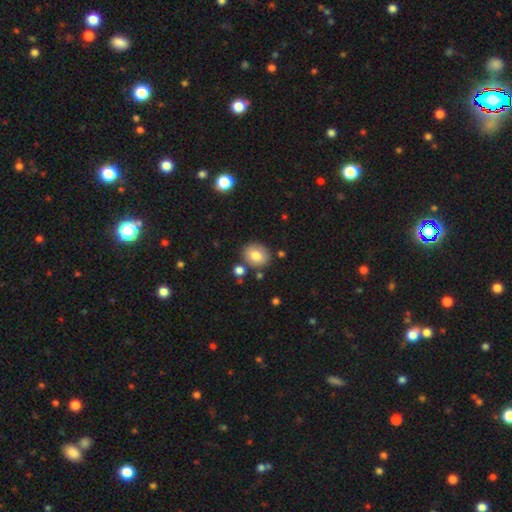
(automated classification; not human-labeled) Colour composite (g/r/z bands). It shows a smooth galaxy with no disk features (80%) that is round (58%). Merging: none (80%).